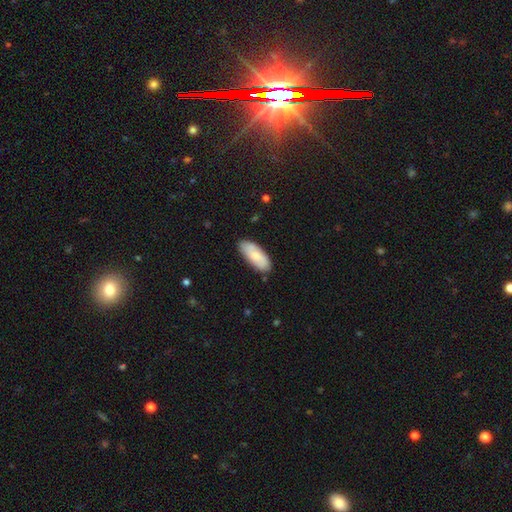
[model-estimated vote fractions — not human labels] Q: Smooth or featured?
A: smooth (78%); runner-up: featured or disk (16%)
Q: How rounded?
A: in between (82%); runner-up: cigar-shaped (16%)
Q: Merging?
A: none (83%); runner-up: minor disturbance (14%)